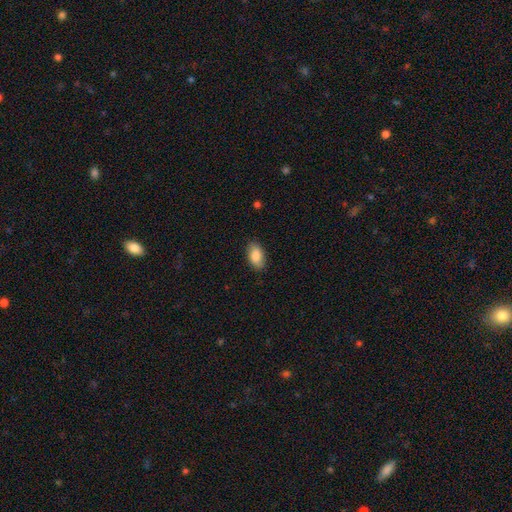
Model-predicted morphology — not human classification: smooth-or-featured: smooth: 85% | featured or disk: 9% | star or artifact: 7%
  how-rounded: in between: 93% | round: 5% | cigar-shaped: 2%
  merging: none: 85% | minor disturbance: 12% | major disturbance: 3% | merger: 1%